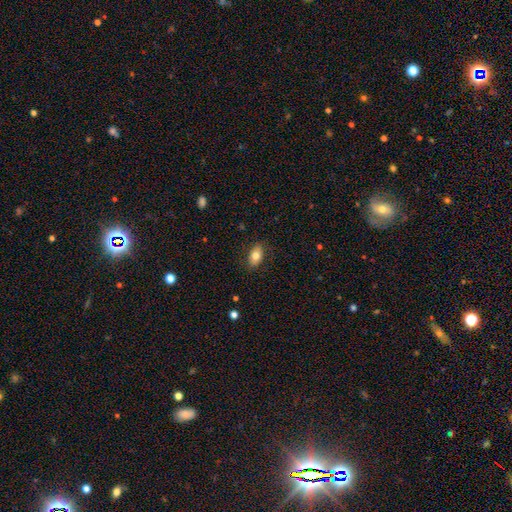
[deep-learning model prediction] Overall: smooth (78%). How rounded: in between (90%). Merging: none (85%).